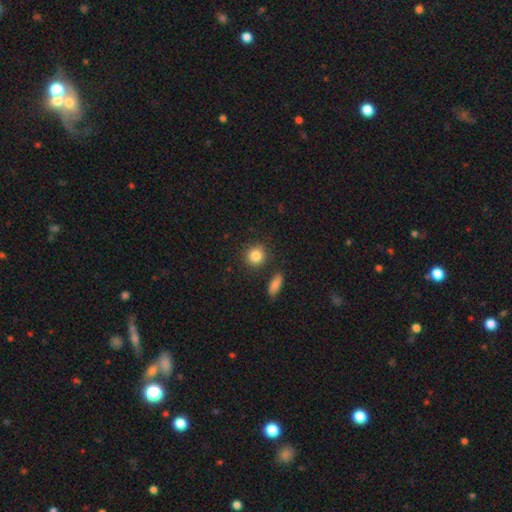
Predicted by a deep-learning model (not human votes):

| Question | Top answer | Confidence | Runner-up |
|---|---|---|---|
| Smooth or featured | smooth | 85% | star or artifact (9%) |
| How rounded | round | 86% | in between (13%) |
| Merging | none | 84% | minor disturbance (8%) |